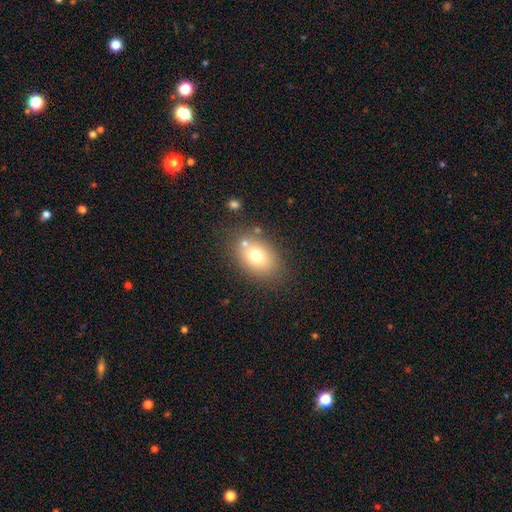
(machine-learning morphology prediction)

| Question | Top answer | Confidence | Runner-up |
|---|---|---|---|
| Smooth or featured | smooth | 72% | featured or disk (16%) |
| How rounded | in between | 74% | round (24%) |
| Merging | none | 71% | minor disturbance (14%) |